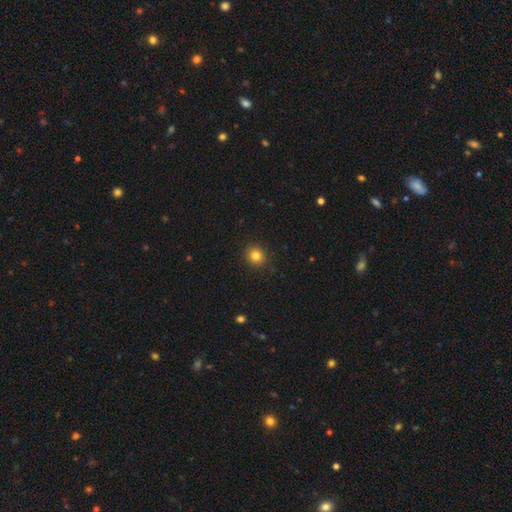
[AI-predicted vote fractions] Morphology: type=smooth (83%); roundness=round (87%); merging=none (91%).